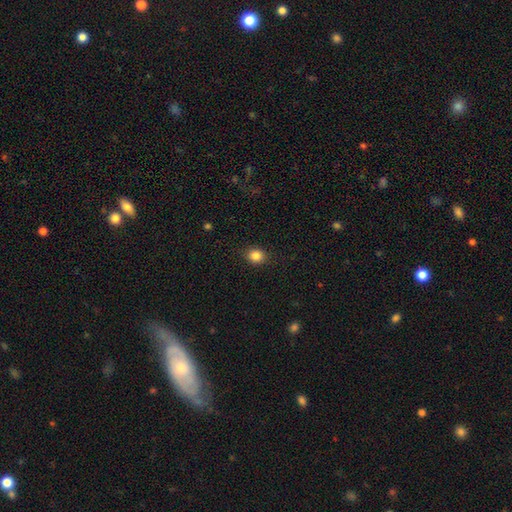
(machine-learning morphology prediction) Overall: smooth (85%). How rounded: round (72%). Merging: none (88%).